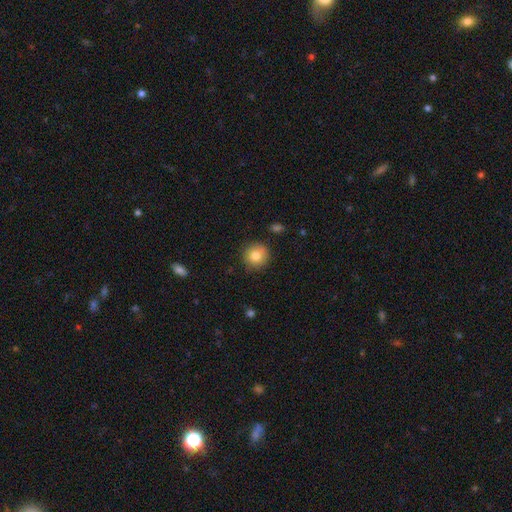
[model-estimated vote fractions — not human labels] Q: Smooth or featured?
A: smooth (82%); runner-up: star or artifact (10%)
Q: How rounded?
A: round (92%); runner-up: in between (7%)
Q: Merging?
A: none (86%); runner-up: minor disturbance (10%)